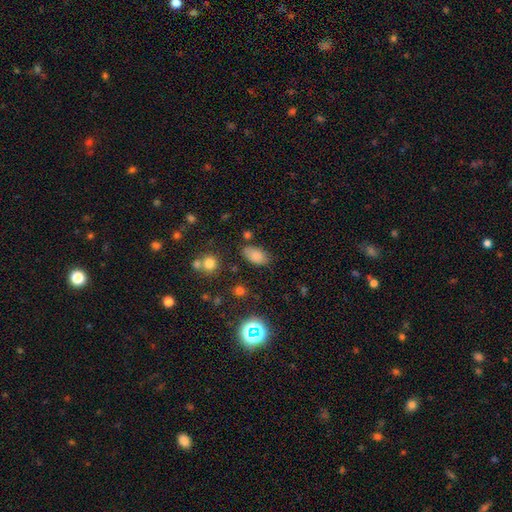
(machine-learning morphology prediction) smooth 79%, star or artifact 12%, featured or disk 9%. Down the decision tree: how rounded — in between (92%); merging — none (75%).